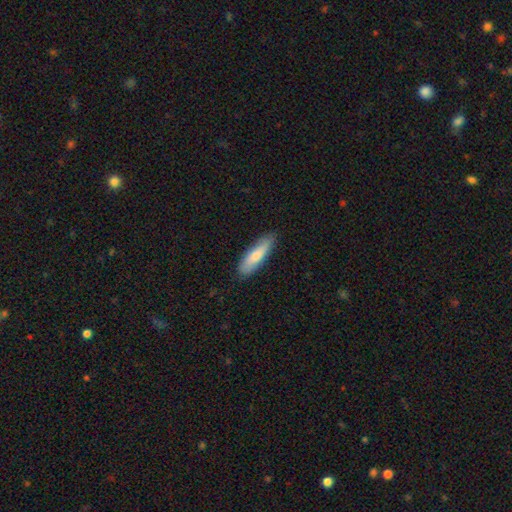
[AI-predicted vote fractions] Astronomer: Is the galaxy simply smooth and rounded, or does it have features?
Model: smooth — 75%.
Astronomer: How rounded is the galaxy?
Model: cigar-shaped — 62%.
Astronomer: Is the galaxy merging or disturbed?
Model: none — 83%.